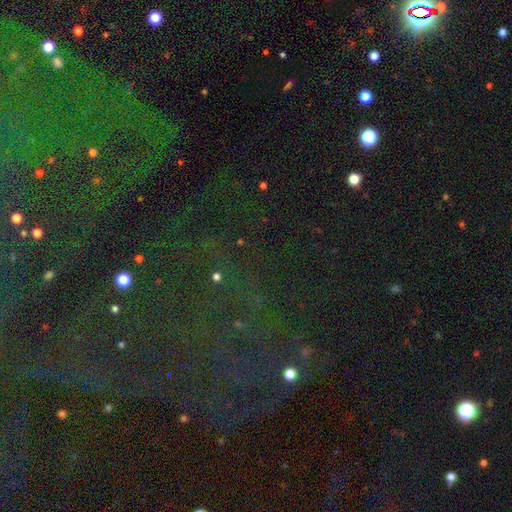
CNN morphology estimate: This is clearly a star or artifact rather than a galaxy (83%).